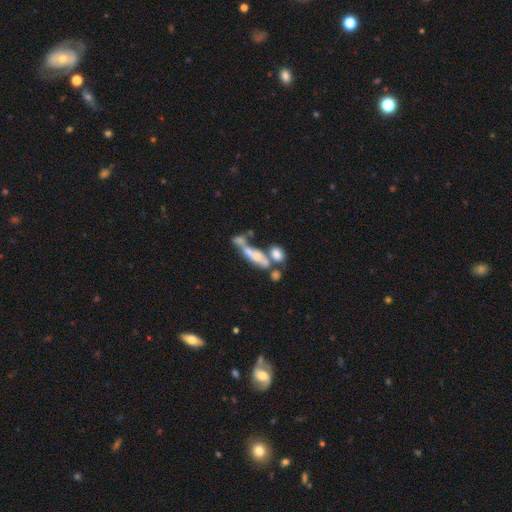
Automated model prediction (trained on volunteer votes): Morphology: type=featured or disk (47%); merging=merger (51%).